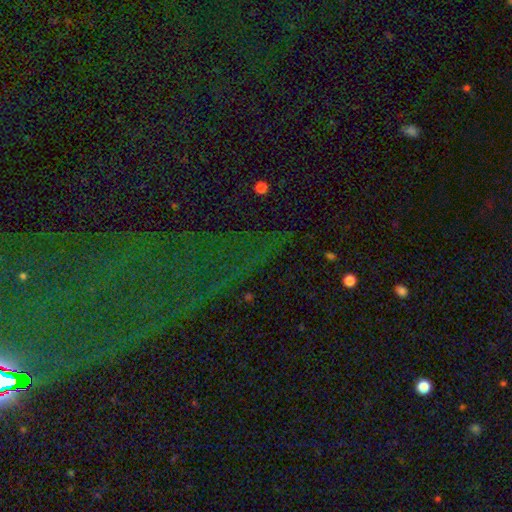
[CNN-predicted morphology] smooth_or_featured: star or artifact (p=0.78) [alt: featured or disk p=0.12]